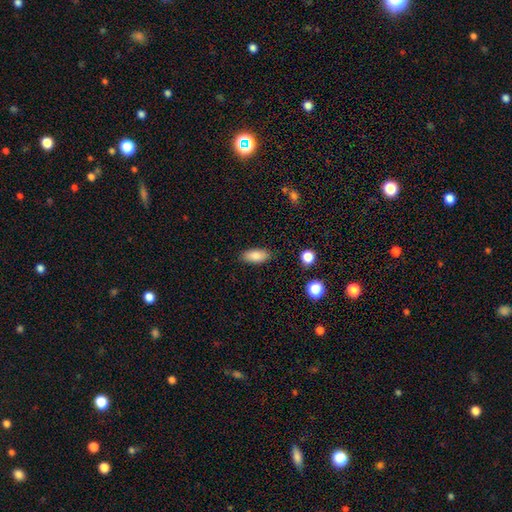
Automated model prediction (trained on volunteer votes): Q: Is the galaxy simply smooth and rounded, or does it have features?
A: smooth — 84%.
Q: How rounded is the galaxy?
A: in between — 88%.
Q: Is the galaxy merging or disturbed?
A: none — 86%.